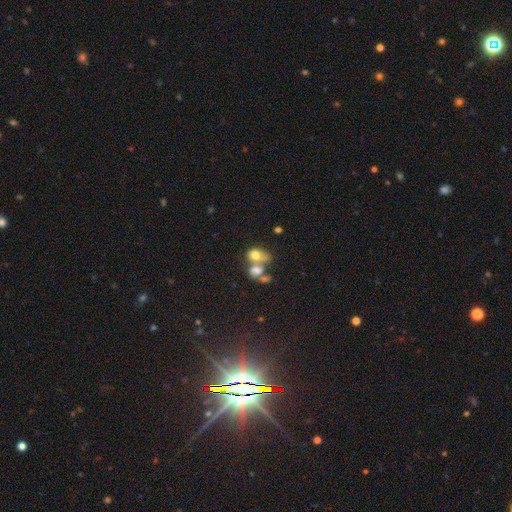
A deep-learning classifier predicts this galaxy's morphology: smooth 67%, featured or disk 21%, star or artifact 11%. Down the decision tree: how rounded — in between (69%); merging — merger (65%).